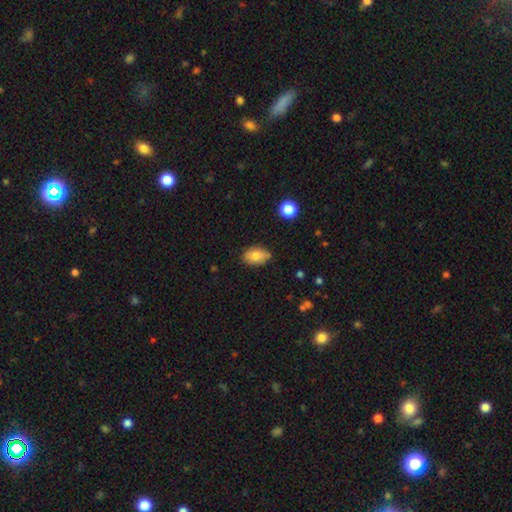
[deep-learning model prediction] This is likely a smooth galaxy (78%). How rounded: clearly in between (86%). Merging: likely none (71%).